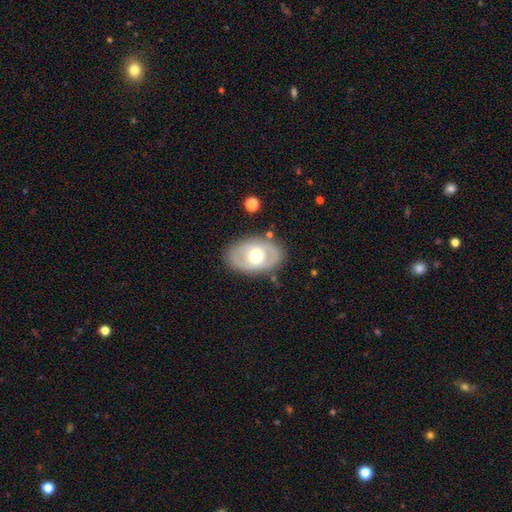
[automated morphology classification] This appears to be a featured or disk galaxy (56%) with no bar (77%), no spiral arms (75%) and a moderate central bulge (71%). Merging: none (81%).